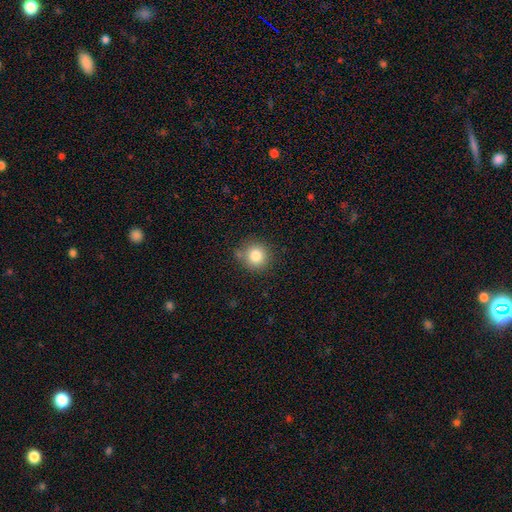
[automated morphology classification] type=smooth (82%); roundness=round (89%); merging=none (78%).